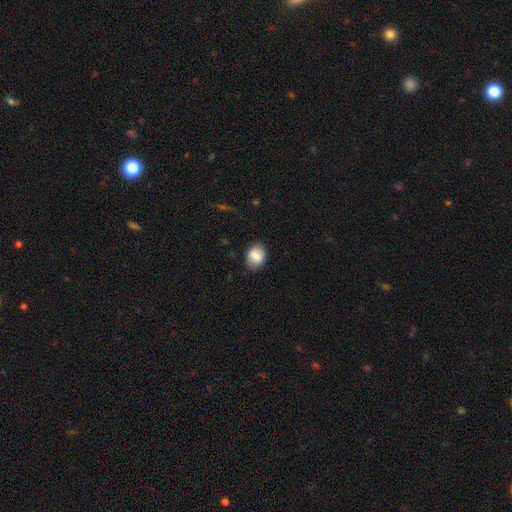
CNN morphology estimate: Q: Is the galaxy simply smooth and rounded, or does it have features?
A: smooth — 78%.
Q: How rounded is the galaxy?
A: in between — 65%.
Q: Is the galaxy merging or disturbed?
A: none — 82%.